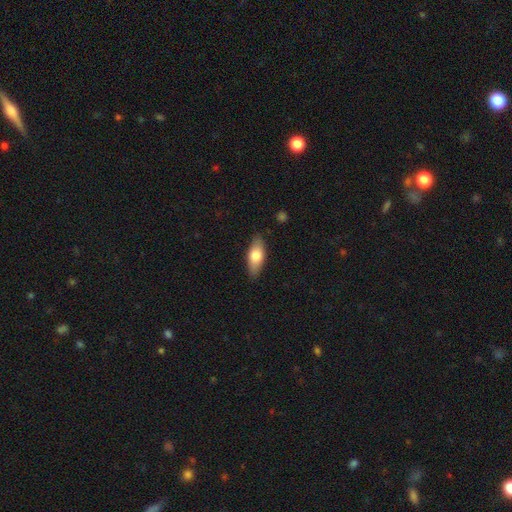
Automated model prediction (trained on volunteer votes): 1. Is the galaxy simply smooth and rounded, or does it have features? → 70% smooth, 25% featured or disk, 6% star or artifact.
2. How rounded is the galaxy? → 76% in between, 21% cigar-shaped, 3% round.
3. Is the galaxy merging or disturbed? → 85% none, 12% minor disturbance, 2% major disturbance, 1% merger.